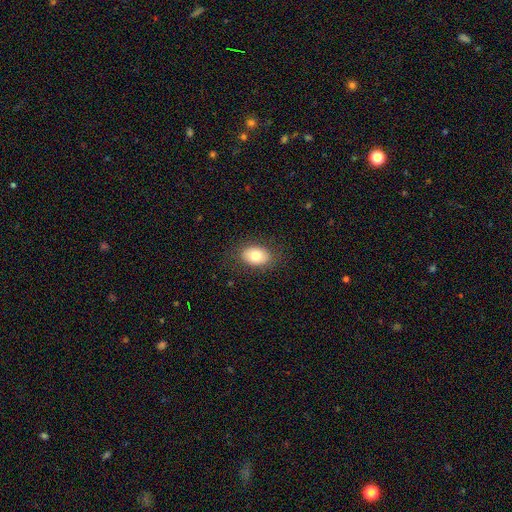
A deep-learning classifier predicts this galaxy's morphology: smooth_or_featured: smooth (p=0.78) [alt: featured or disk p=0.13]
how_rounded: in between (p=0.83) [alt: round p=0.16]
merging: none (p=0.84) [alt: minor disturbance p=0.11]